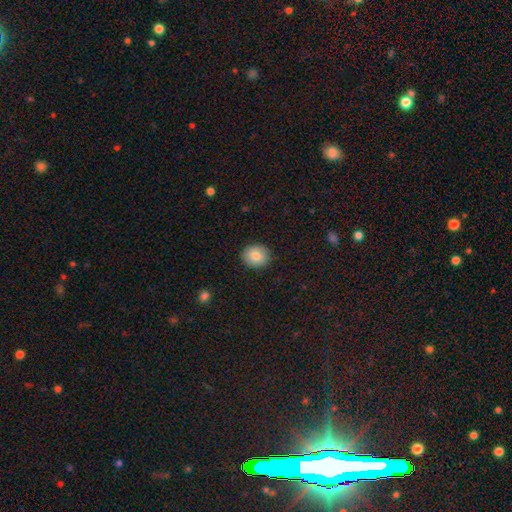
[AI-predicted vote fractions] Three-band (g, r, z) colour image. It shows a smooth galaxy with no disk features (82%) that is round (75%). Merging: none (89%).